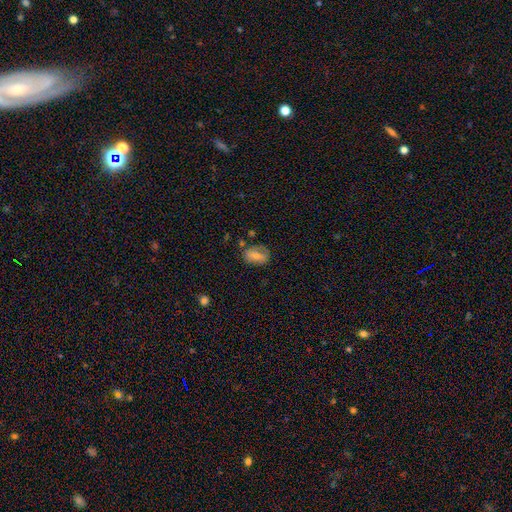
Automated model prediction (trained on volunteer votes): A smooth galaxy with no disk features (62%) that is in between round and cigar-shaped (81%). Merging: none (61%).